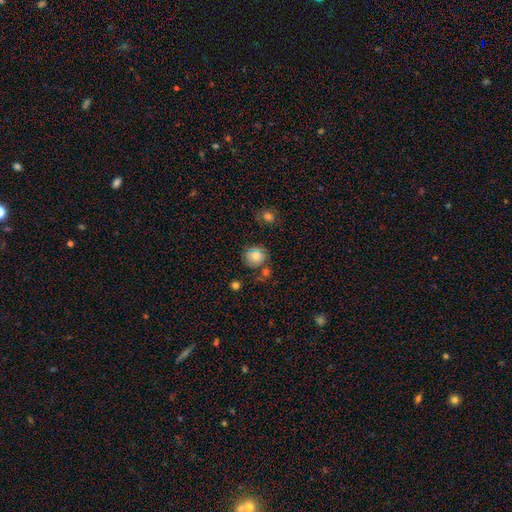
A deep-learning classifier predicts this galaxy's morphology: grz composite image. It shows a smooth galaxy with no disk features (78%) that is round (85%). Merging: none (69%).